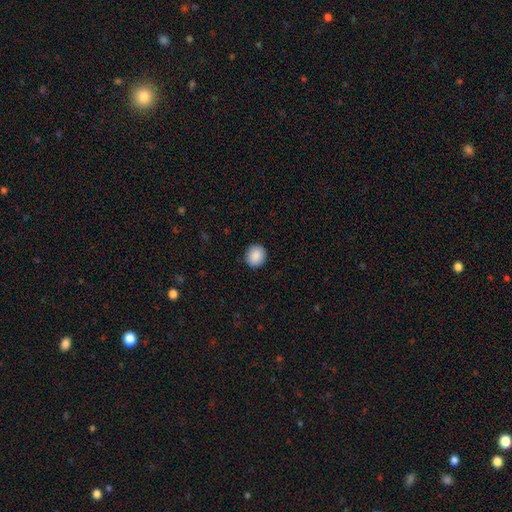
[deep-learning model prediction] Smooth or featured? smooth (89%)
How rounded? round (81%)
Merging? none (91%)